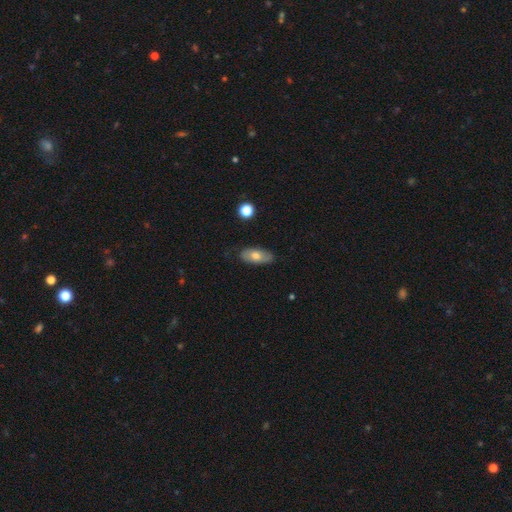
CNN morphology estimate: Overall: smooth (65%; featured or disk 27%). How rounded: in between (89%). Merging: none (81%).